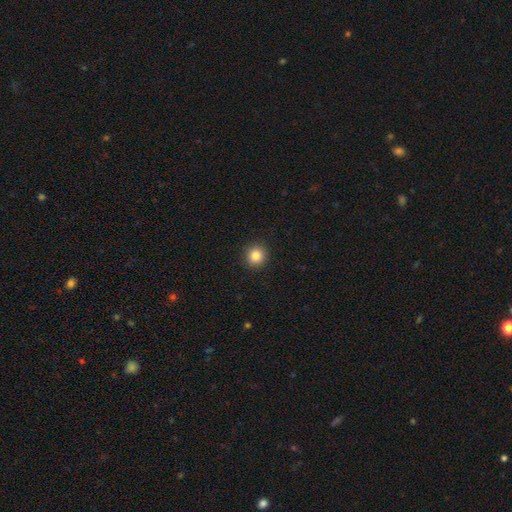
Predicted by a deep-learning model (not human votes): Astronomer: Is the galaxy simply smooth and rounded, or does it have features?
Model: smooth — 84%.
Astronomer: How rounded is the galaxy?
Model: round — 93%.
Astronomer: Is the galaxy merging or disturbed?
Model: none — 93%.